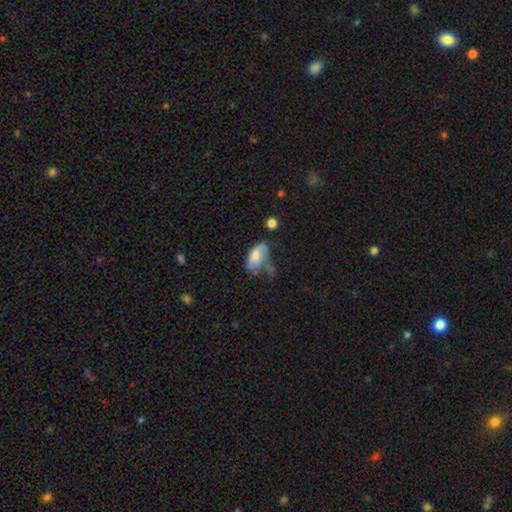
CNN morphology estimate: Smooth or featured: smooth — 61% (featured or disk — 31%)
How rounded: in between — 90% (cigar-shaped — 6%)
Merging: major disturbance — 34% (minor disturbance — 28%)